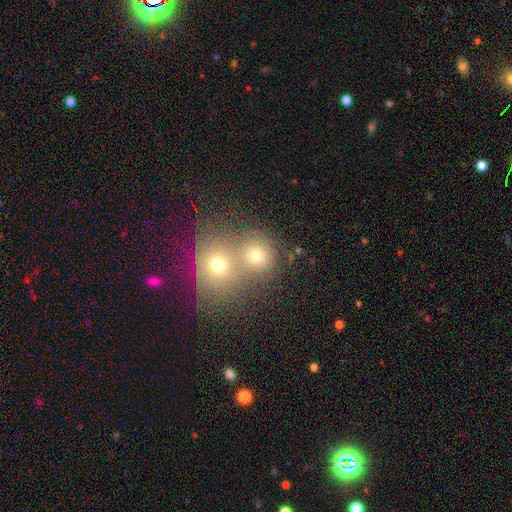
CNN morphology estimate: Q: Smooth or featured?
A: smooth (71%); runner-up: star or artifact (16%)
Q: How rounded?
A: round (83%); runner-up: in between (16%)
Q: Merging?
A: merger (56%); runner-up: none (36%)